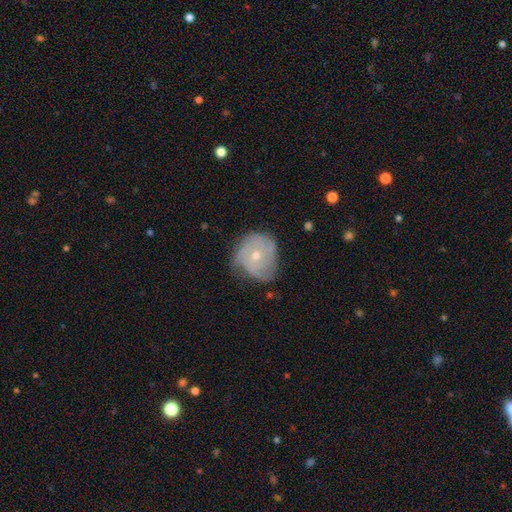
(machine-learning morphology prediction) Overall: featured or disk (64%; smooth 29%). Edge-on disk: no (97%). Bar: no (83%). Spiral arms: yes (81%). Bulge size: moderate (49%; small 48%). Merging: none (54%; minor disturbance 33%).